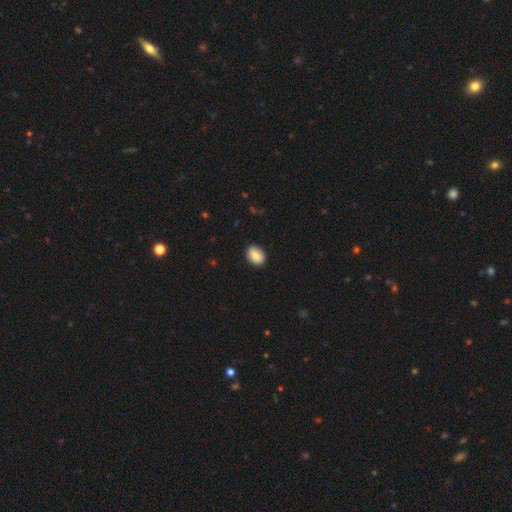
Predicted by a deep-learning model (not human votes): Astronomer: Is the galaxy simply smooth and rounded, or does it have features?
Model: smooth — 87%.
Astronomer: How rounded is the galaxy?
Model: in between — 71%.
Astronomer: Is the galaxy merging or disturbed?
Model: none — 89%.